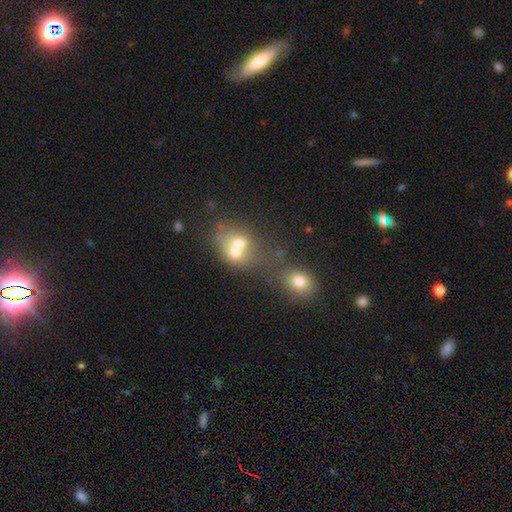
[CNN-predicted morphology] smooth-or-featured: smooth: 49% | star or artifact: 29% | featured or disk: 22%
  merging: merger: 57% | none: 28% | minor disturbance: 9% | major disturbance: 6%